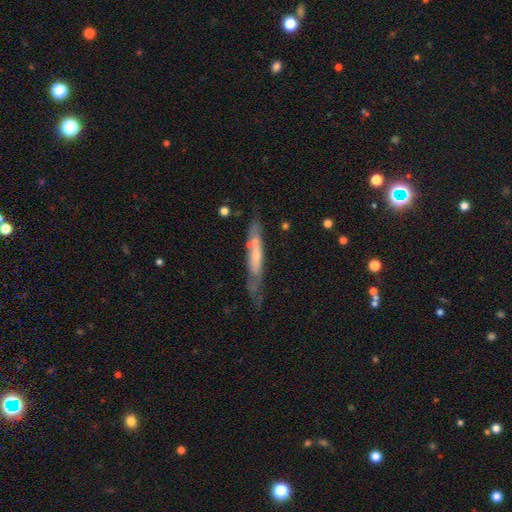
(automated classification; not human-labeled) The model was most divided on "smooth or featured": featured or disk: 49%, smooth: 44%, star or artifact: 6%. More confident: merging — none (52%).